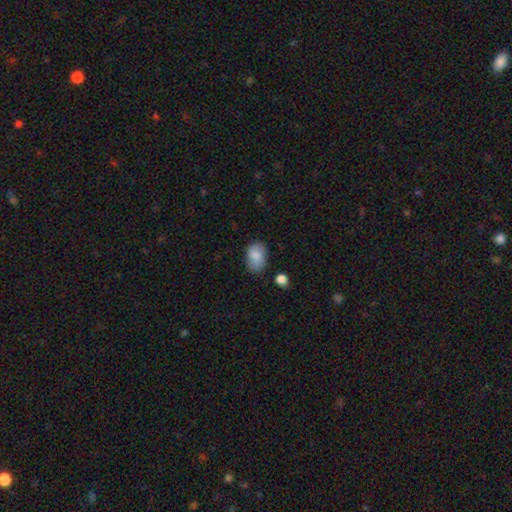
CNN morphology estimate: Overall: smooth (83%). How rounded: in between (82%). Merging: none (67%).